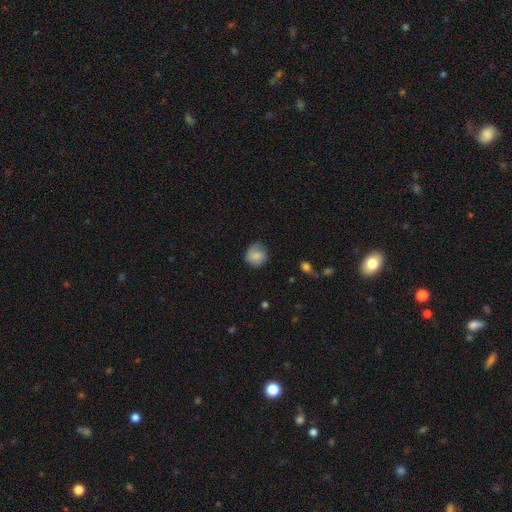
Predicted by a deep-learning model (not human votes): smooth 80%, featured or disk 13%, star or artifact 8%. Down the decision tree: how rounded — round (84%); merging — none (67%).